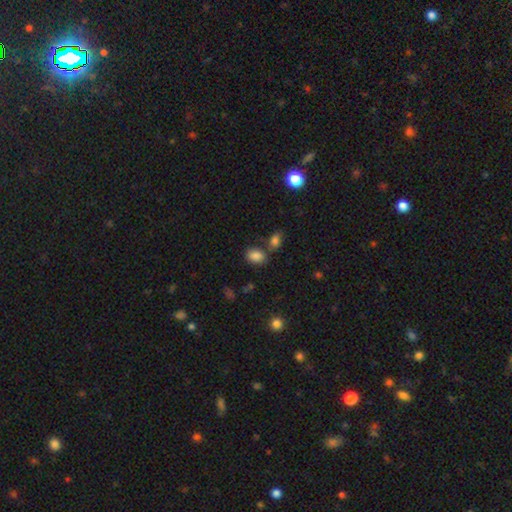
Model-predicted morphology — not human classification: Smooth or featured? smooth (85%)
How rounded? in between (78%)
Merging? none (66%)